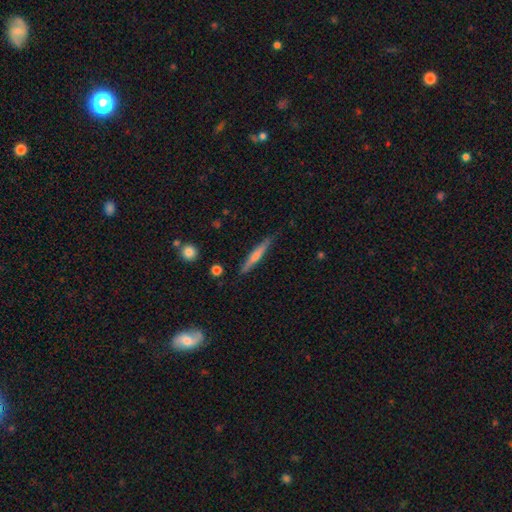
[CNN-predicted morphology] Overall: featured or disk (48%; smooth 46%). Merging: none (85%).